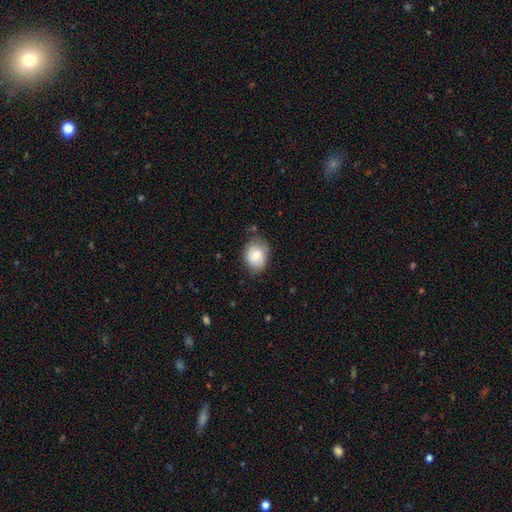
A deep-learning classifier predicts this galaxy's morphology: Overall: smooth (71%). How rounded: in between (53%; round 46%). Merging: none (66%).